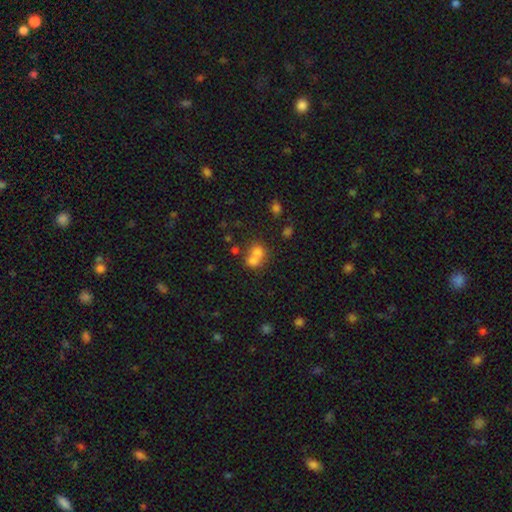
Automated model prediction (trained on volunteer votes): Smooth or featured? Predicted: smooth (p=0.67). How rounded? Predicted: round (p=0.73). Merging? Predicted: merger (p=0.62).